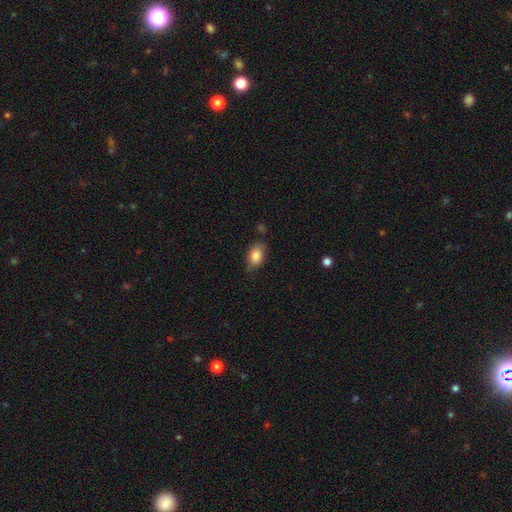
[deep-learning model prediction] Overall: smooth (84%). How rounded: in between (84%). Merging: none (70%).